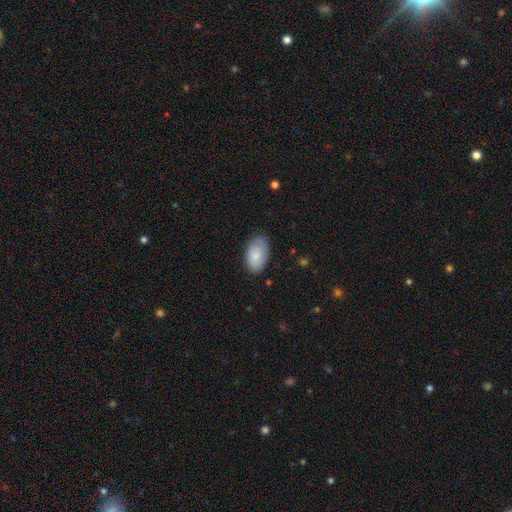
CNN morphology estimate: type=smooth (80%); roundness=in between (93%); merging=none (78%).